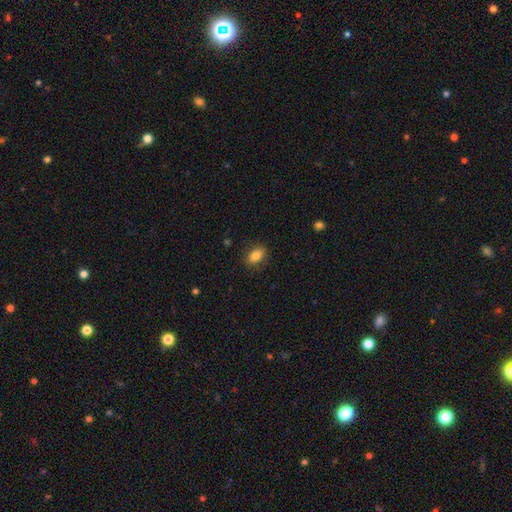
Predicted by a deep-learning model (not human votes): Smooth or featured? smooth (83%)
How rounded? in between (81%)
Merging? none (87%)